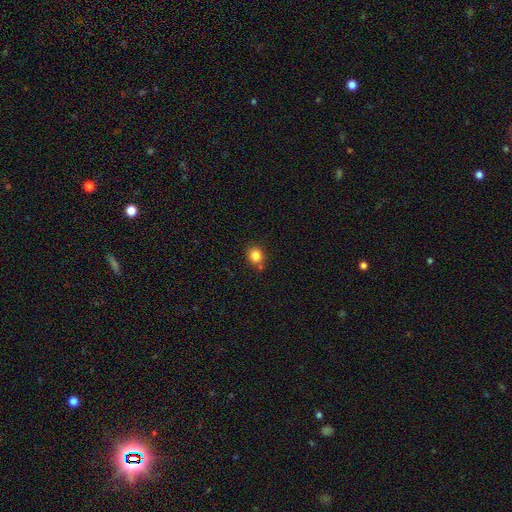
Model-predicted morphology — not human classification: Smooth or featured: smooth — 84% (star or artifact — 11%)
How rounded: round — 76% (in between — 23%)
Merging: none — 72% (minor disturbance — 15%)